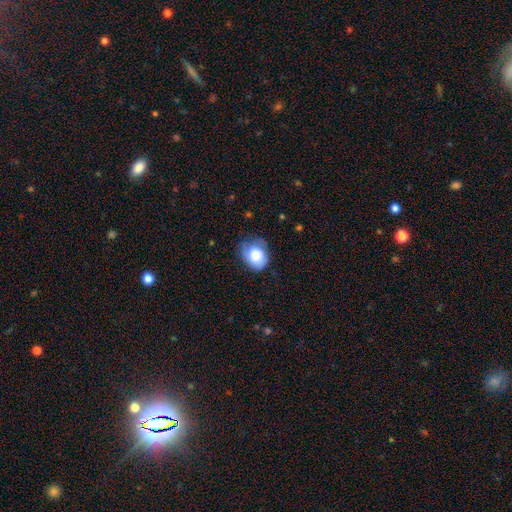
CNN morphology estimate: The model was most divided on "how rounded": round: 54%, in between: 45%, cigar-shaped: 1%. More confident: smooth or featured — smooth (75%); merging — none (51%).